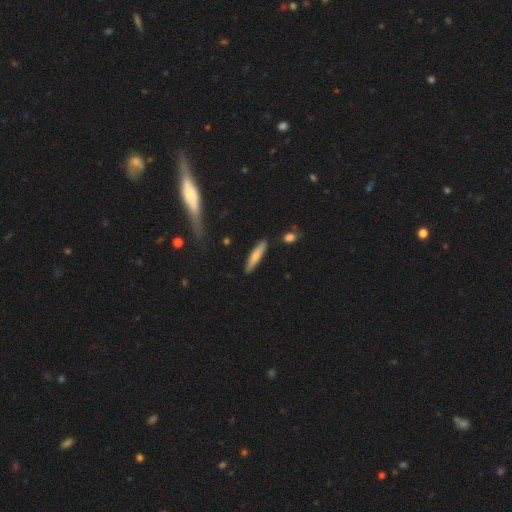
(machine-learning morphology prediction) Overall: smooth (73%). How rounded: cigar-shaped (84%). Merging: none (86%).